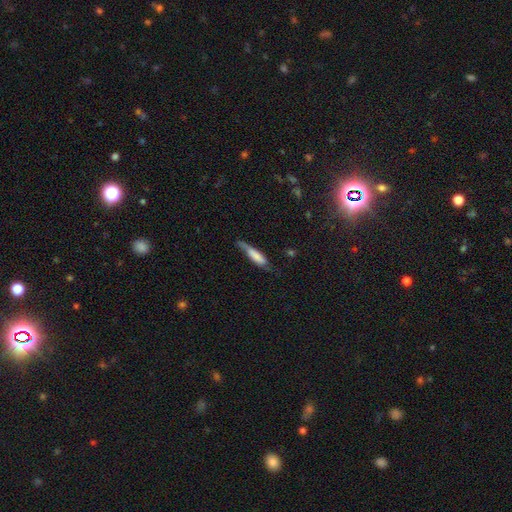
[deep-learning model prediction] This is likely a smooth galaxy (63%). How rounded: likely cigar-shaped (71%). Merging: possibly none (45%).